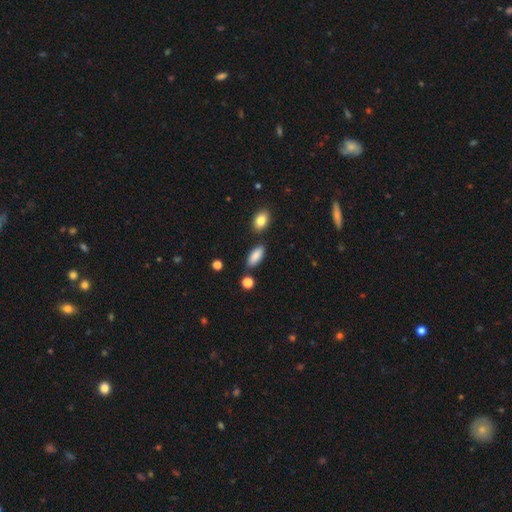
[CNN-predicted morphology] type=smooth (87%); roundness=in between (85%); merging=none (81%).